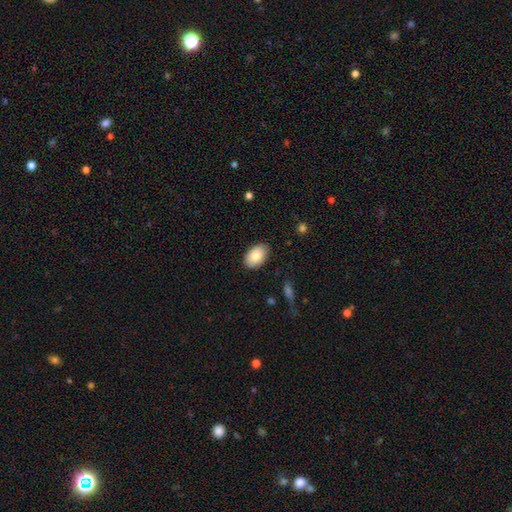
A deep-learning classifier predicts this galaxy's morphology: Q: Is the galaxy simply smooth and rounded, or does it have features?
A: smooth — 84%.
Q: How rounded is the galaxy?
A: in between — 91%.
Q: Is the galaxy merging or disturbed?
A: none — 87%.